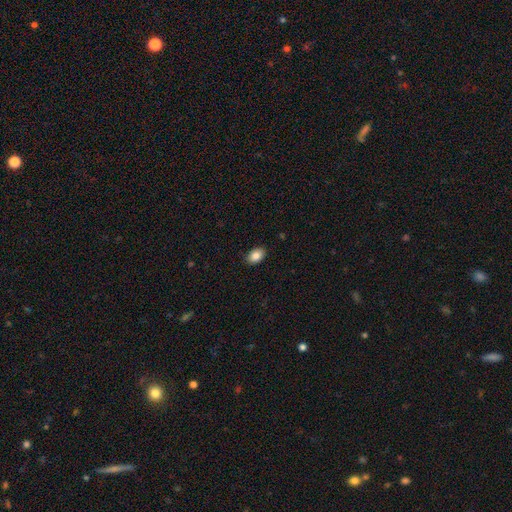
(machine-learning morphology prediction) Q: Smooth or featured?
A: smooth (87%); runner-up: star or artifact (8%)
Q: How rounded?
A: in between (88%); runner-up: round (11%)
Q: Merging?
A: none (88%); runner-up: minor disturbance (9%)